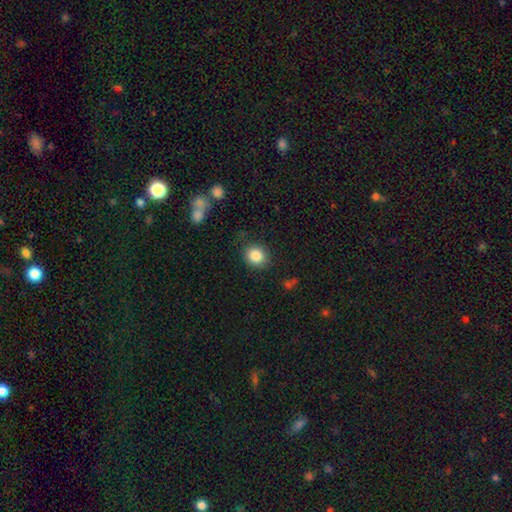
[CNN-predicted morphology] smooth_or_featured: smooth (p=0.85) [alt: star or artifact p=0.10]
how_rounded: round (p=0.78) [alt: in between p=0.21]
merging: none (p=0.85) [alt: minor disturbance p=0.10]